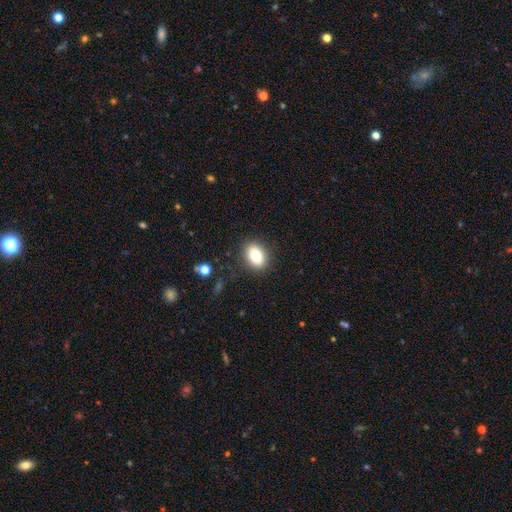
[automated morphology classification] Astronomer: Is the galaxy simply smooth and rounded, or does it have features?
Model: smooth — 79%.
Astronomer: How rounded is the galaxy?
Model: in between — 72%.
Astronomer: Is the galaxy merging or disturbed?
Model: none — 87%.